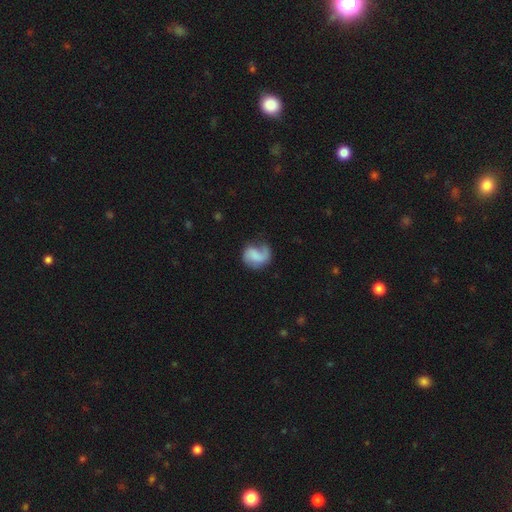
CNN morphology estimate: Smooth or featured?
  - featured or disk: 49% *
  - smooth: 43%
  - star or artifact: 8%
Merging?
  - none: 42% *
  - major disturbance: 28%
  - minor disturbance: 26%
  - merger: 3%